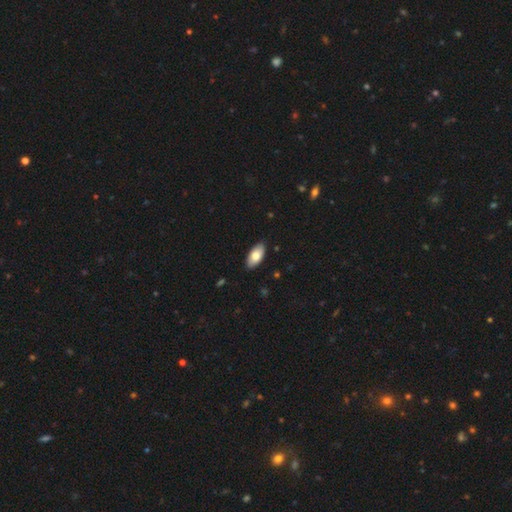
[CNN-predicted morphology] A smooth galaxy with no disk features (79%) that is in between round and cigar-shaped (94%). Merging: none (88%).